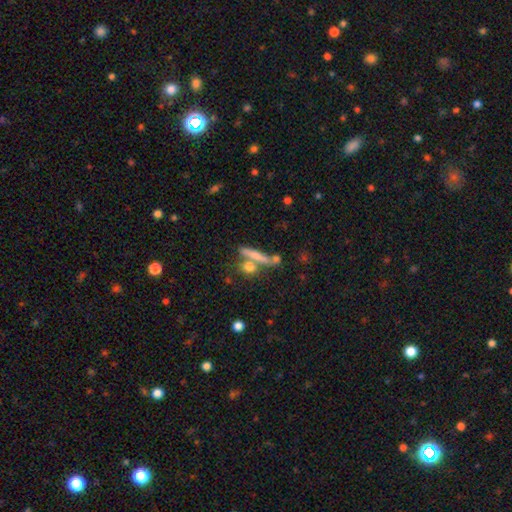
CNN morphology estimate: Smooth or featured?
  - smooth: 62% *
  - featured or disk: 29%
  - star or artifact: 9%
How rounded?
  - cigar-shaped: 76% *
  - in between: 15%
  - round: 9%
Merging?
  - none: 57% *
  - merger: 25%
  - minor disturbance: 12%
  - major disturbance: 6%